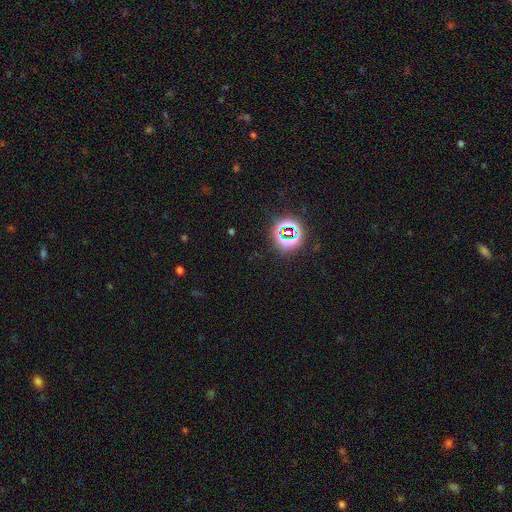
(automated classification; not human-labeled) Smooth or featured? star or artifact (77%)